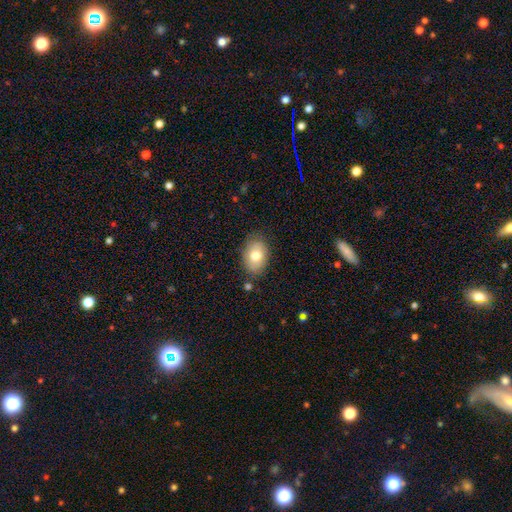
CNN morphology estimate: A smooth galaxy with no disk features (76%) that is in between round and cigar-shaped (84%).

Vote fractions:
- Smooth or featured? smooth: 76% / featured or disk: 16% / star or artifact: 7%
- How rounded? in between: 84% / round: 14% / cigar-shaped: 1%
- Merging? none: 80% / minor disturbance: 15% / major disturbance: 3% / merger: 2%